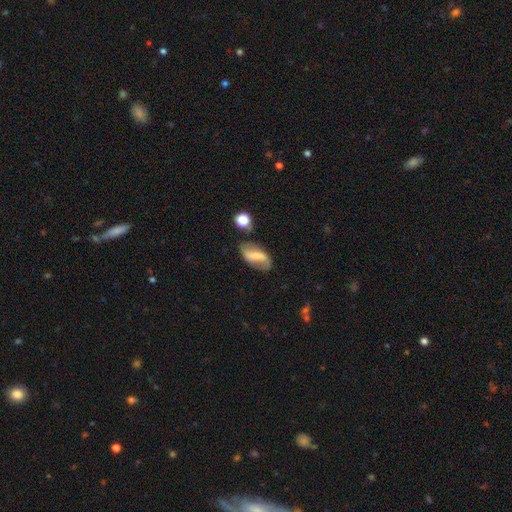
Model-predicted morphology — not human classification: Smooth or featured: featured or disk — 55% (smooth — 35%)
Edge-on disk: no — 94% (yes — 6%)
Bar: strong — 51% (weak — 30%)
Spiral arms: yes — 79% (no — 21%)
Bulge size: none — 53% (small — 20%)
Merging: none — 65% (minor disturbance — 21%)